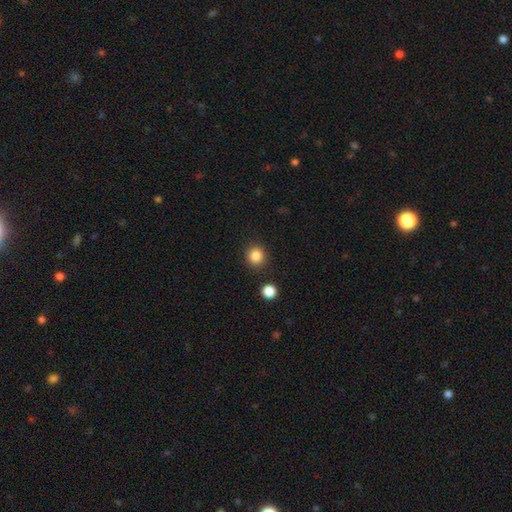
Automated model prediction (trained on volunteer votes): This appears to be a smooth galaxy with no disk features (85%) that is round (90%). Merging: none (88%).